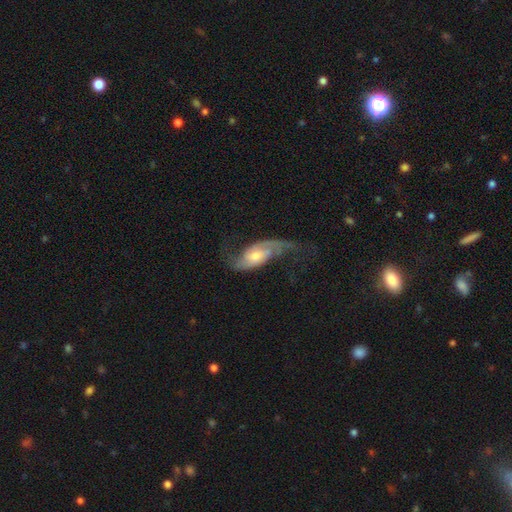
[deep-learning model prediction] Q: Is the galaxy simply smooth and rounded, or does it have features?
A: featured or disk — 79%.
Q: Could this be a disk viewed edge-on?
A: no — 93%.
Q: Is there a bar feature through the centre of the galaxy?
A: no — 55%.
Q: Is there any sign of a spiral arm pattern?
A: yes — 94%.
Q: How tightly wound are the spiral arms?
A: loose — 61%.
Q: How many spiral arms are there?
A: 2 — 85%.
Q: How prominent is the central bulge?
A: moderate — 52%.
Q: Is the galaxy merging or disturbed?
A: none — 51%.